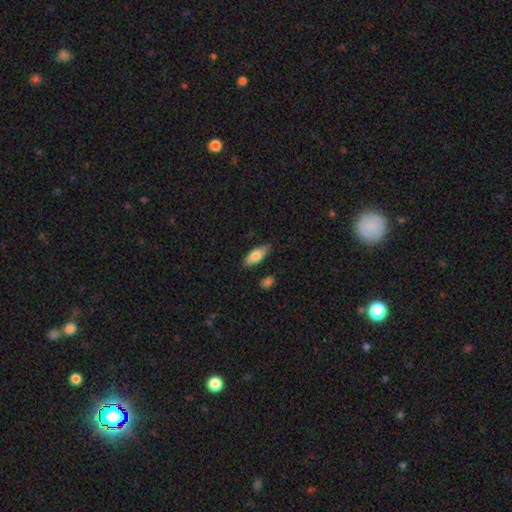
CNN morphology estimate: smooth_or_featured: smooth (p=0.76) [alt: featured or disk p=0.18]
how_rounded: in between (p=0.77) [alt: cigar-shaped p=0.21]
merging: none (p=0.81) [alt: minor disturbance p=0.15]